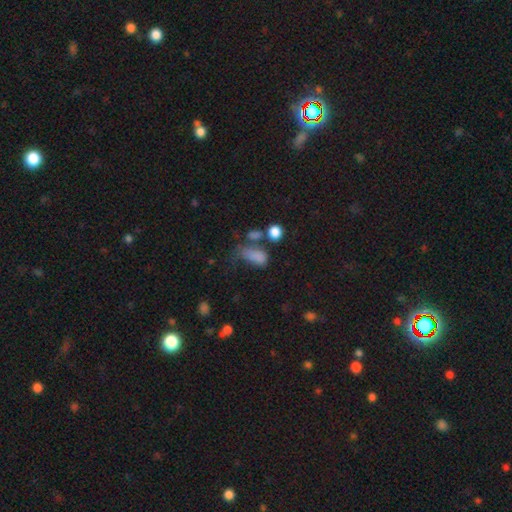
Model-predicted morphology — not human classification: Overall: smooth (75%). How rounded: in between (82%). Merging: major disturbance (31%; none 27%).